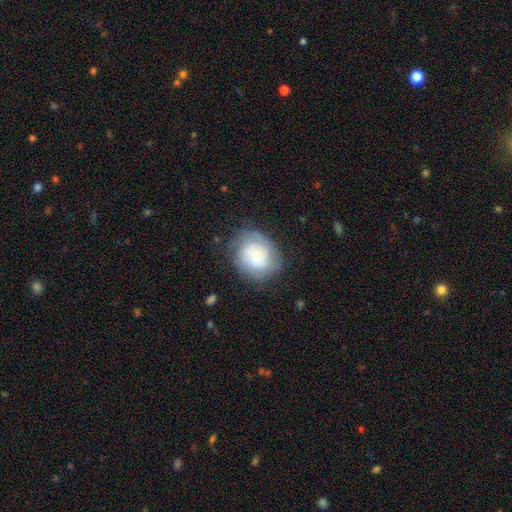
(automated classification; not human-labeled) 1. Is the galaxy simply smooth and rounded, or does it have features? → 55% smooth, 36% featured or disk, 9% star or artifact.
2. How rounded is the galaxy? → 68% round, 31% in between, 1% cigar-shaped.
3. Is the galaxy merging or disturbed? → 66% none, 22% minor disturbance, 10% major disturbance, 2% merger.